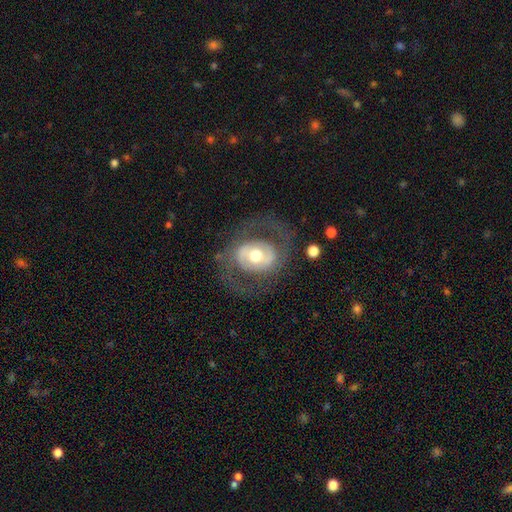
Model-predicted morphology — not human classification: A featured or disk galaxy (67%) with no bar (58%), no spiral arms (60%) and a moderate central bulge (71%).

Vote fractions:
- Smooth or featured? featured or disk: 67% / smooth: 27% / star or artifact: 6%
- Edge-on disk? no: 95% / yes: 5%
- Bar? no: 58% / weak: 27% / strong: 16%
- Spiral arms? no: 60% / yes: 40%
- Bulge size? moderate: 71% / large: 17% / small: 10% / dominant: 2% / none: 1%
- Merging? none: 70% / major disturbance: 15% / minor disturbance: 13% / merger: 1%